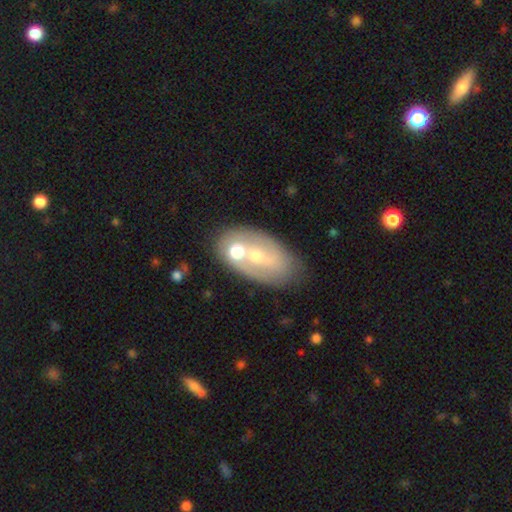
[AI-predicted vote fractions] Smooth or featured? featured or disk (55%)
Edge-on disk? no (92%)
Bar? no (63%)
Spiral arms? no (64%)
Bulge size? moderate (62%)
Merging? none (45%)